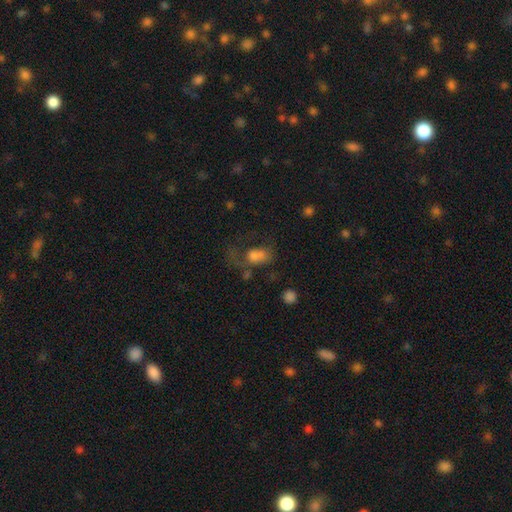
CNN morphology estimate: Q: Smooth or featured?
A: smooth (64%); runner-up: featured or disk (20%)
Q: How rounded?
A: in between (73%); runner-up: round (25%)
Q: Merging?
A: major disturbance (43%); runner-up: none (27%)